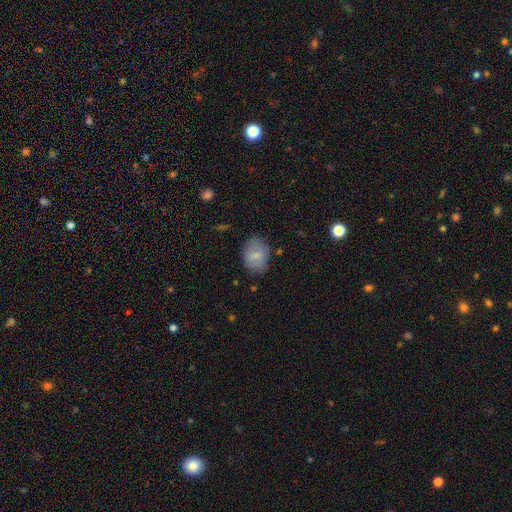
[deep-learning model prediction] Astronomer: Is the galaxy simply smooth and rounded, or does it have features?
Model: smooth — 73%.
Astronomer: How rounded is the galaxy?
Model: in between — 67%.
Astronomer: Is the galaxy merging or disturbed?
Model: none — 73%.